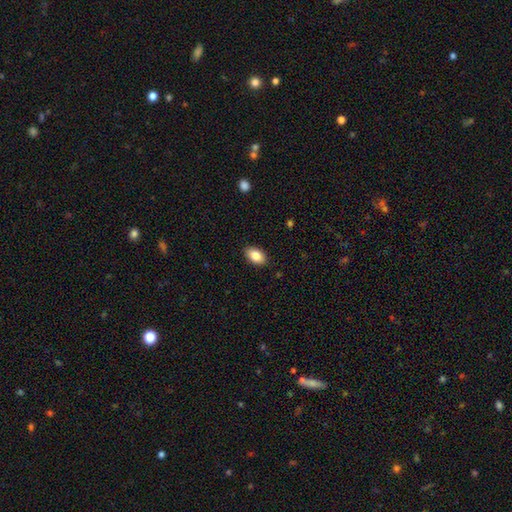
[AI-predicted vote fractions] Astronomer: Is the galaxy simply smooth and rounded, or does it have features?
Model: smooth — 84%.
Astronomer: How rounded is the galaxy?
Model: in between — 91%.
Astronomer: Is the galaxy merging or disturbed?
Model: none — 89%.